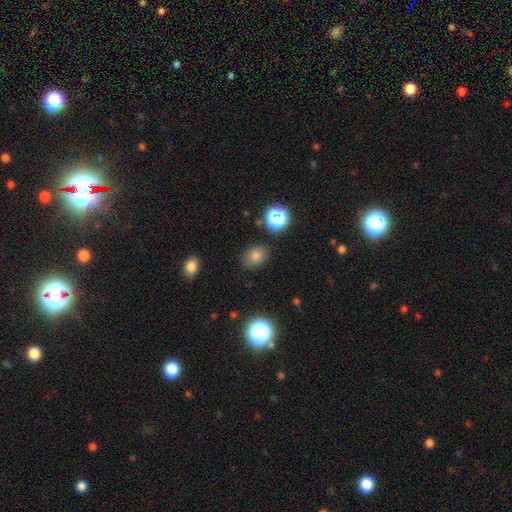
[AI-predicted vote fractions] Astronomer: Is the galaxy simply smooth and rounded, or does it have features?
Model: smooth — 76%.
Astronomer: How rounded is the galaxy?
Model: in between — 60% (runner-up: round, 39%).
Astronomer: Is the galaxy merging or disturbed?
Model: none — 84%.